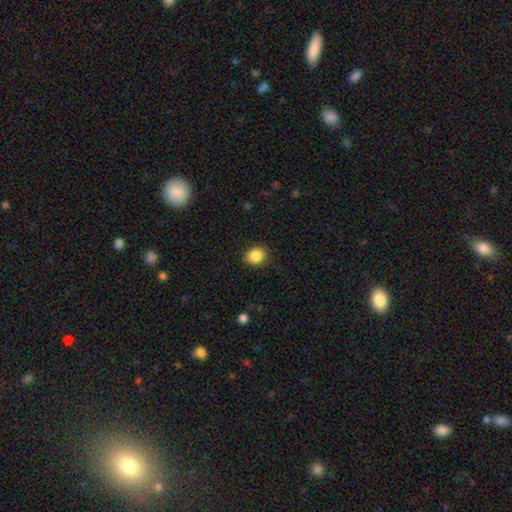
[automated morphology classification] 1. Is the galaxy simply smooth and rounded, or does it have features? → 86% smooth, 9% star or artifact, 4% featured or disk.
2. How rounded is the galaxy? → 71% round, 28% in between, 1% cigar-shaped.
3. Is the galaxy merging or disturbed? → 88% none, 9% minor disturbance, 2% major disturbance, 1% merger.